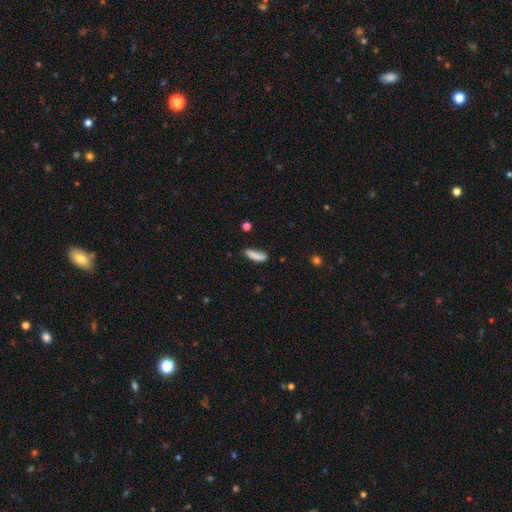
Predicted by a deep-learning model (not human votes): Smooth or featured? smooth (83%)
How rounded? cigar-shaped (67%)
Merging? none (65%)